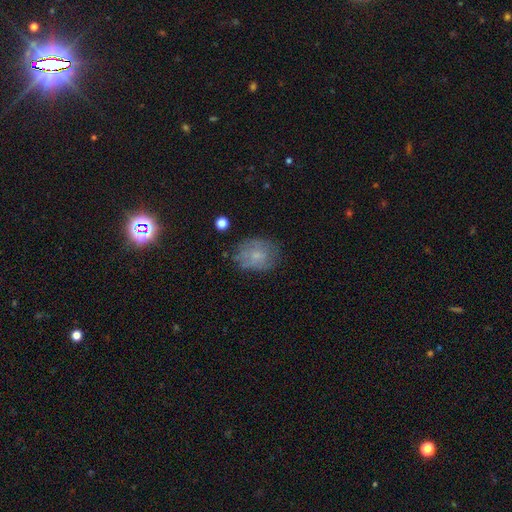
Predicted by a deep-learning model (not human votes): Morphology: type=smooth (57%); roundness=in between (53%); merging=none (63%).